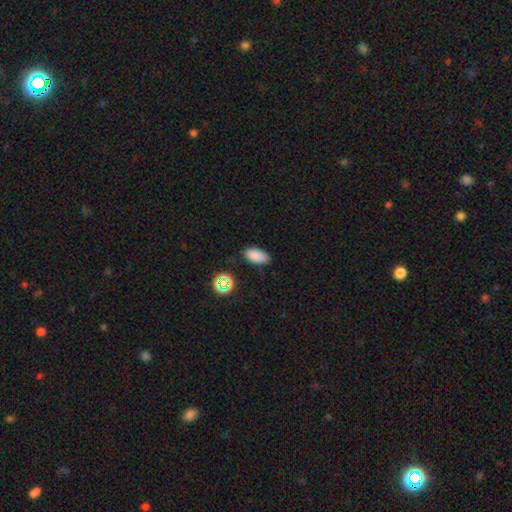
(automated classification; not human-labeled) Smooth or featured?
  - smooth: 82% *
  - star or artifact: 12%
  - featured or disk: 5%
How rounded?
  - in between: 91% *
  - round: 5%
  - cigar-shaped: 4%
Merging?
  - none: 78% *
  - minor disturbance: 16%
  - major disturbance: 3%
  - merger: 2%